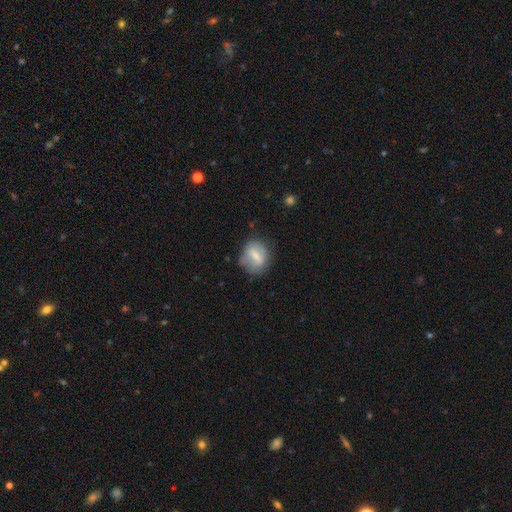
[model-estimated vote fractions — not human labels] This is possibly a smooth galaxy (59%). How rounded: possibly round (54%). Merging: likely none (67%).